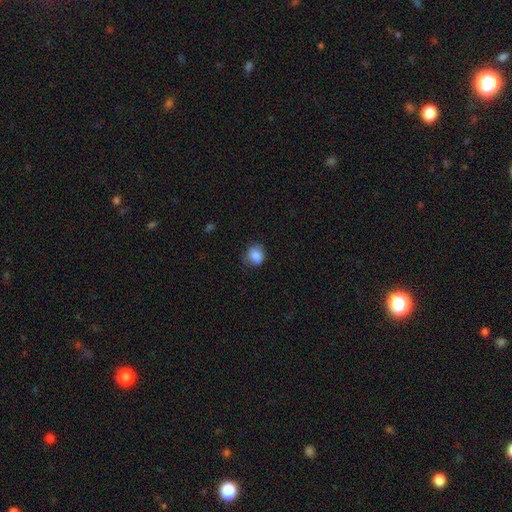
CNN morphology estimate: Q: Smooth or featured?
A: smooth (85%); runner-up: star or artifact (9%)
Q: How rounded?
A: round (62%); runner-up: in between (37%)
Q: Merging?
A: none (64%); runner-up: minor disturbance (27%)